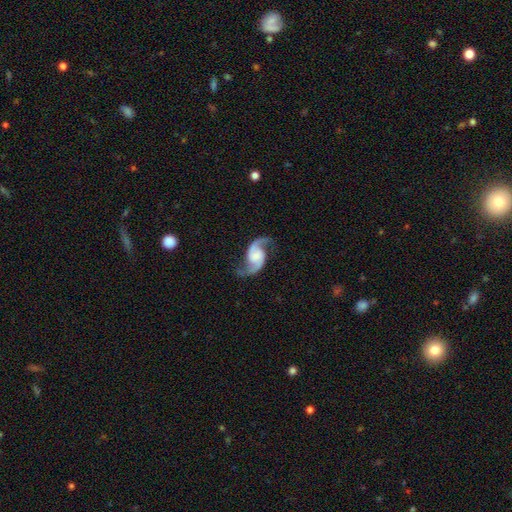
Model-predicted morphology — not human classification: Q: Smooth or featured?
A: featured or disk (92%); runner-up: star or artifact (4%)
Q: Edge-on disk?
A: no (98%); runner-up: yes (2%)
Q: Bar?
A: no (50%); runner-up: weak (36%)
Q: Spiral arms?
A: yes (98%); runner-up: no (2%)
Q: Spiral winding?
A: loose (53%); runner-up: medium (39%)
Q: Spiral arm count?
A: 2 (94%); runner-up: 1 (1%)
Q: Bulge size?
A: none (33%); runner-up: small (32%)
Q: Merging?
A: none (79%); runner-up: minor disturbance (13%)